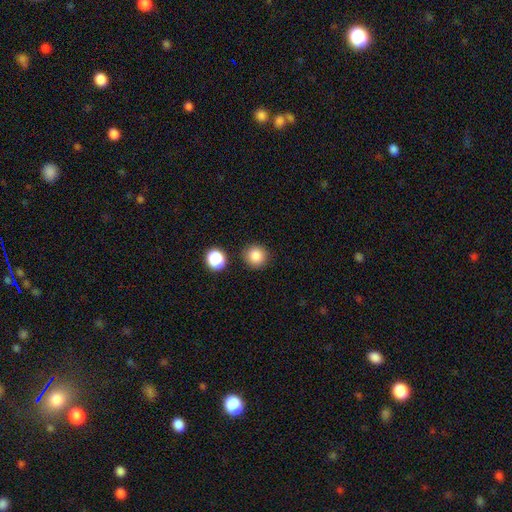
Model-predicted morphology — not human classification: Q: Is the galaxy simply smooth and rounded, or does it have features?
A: smooth — 85%.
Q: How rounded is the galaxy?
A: round — 93%.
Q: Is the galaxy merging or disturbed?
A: none — 88%.